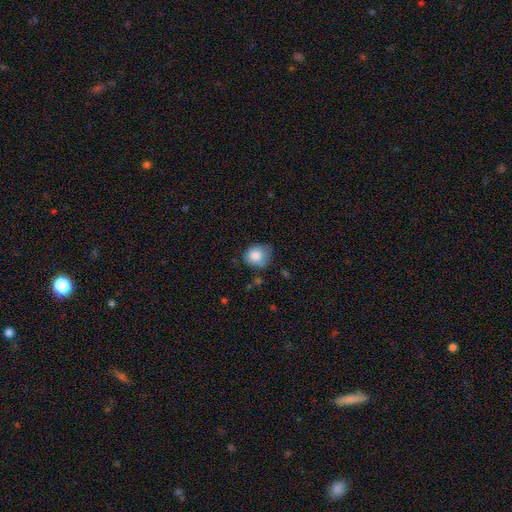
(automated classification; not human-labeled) Overall: smooth (84%). How rounded: round (69%; in between 30%). Merging: none (56%; minor disturbance 32%).